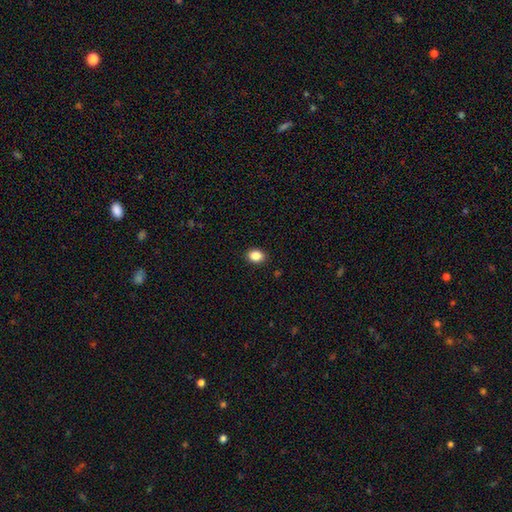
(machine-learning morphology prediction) smooth-or-featured: smooth: 87% | star or artifact: 9% | featured or disk: 4%
  how-rounded: in between: 58% | round: 41% | cigar-shaped: 1%
  merging: none: 90% | minor disturbance: 7% | major disturbance: 2% | merger: 1%